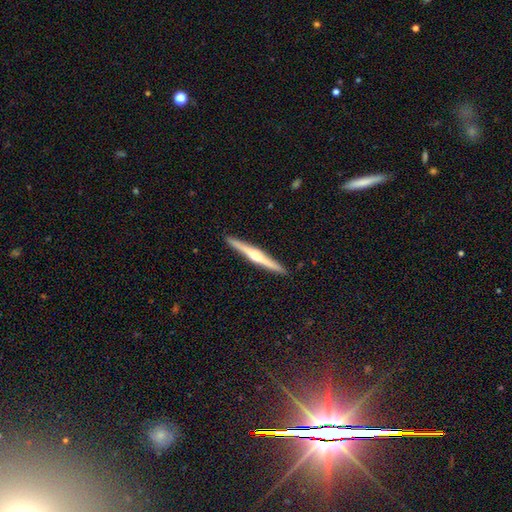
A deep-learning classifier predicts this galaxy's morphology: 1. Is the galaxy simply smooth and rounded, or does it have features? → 73% featured or disk, 22% smooth, 5% star or artifact.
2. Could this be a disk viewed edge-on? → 98% yes, 2% no.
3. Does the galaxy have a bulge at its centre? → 81% rounded, 11% none, 7% boxy.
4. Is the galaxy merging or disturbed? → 92% none, 5% minor disturbance, 1% major disturbance, 1% merger.